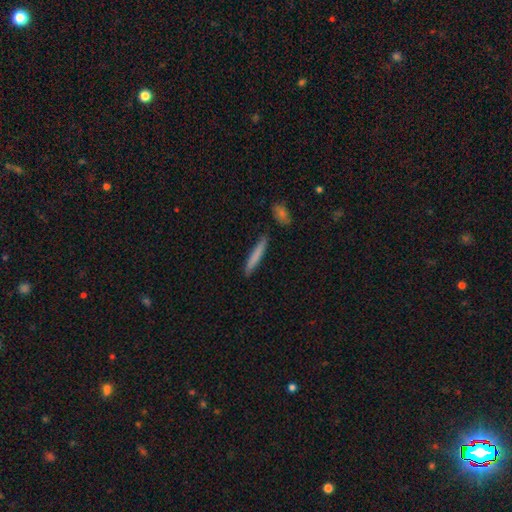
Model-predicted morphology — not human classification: smooth_or_featured: smooth (p=0.77) [alt: featured or disk p=0.17]
how_rounded: cigar-shaped (p=0.94) [alt: in between p=0.04]
merging: none (p=0.86) [alt: minor disturbance p=0.09]